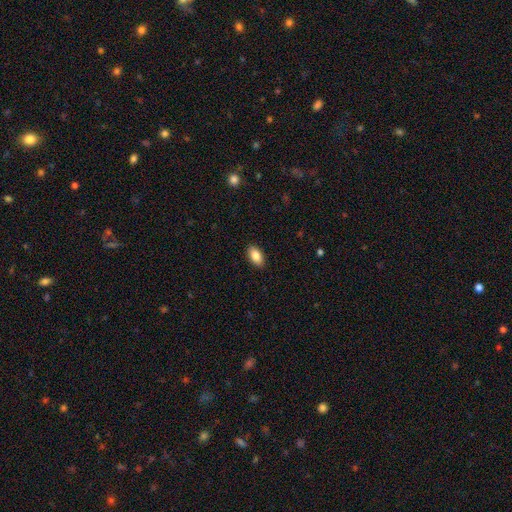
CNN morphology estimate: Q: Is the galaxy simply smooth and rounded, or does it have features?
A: smooth — 86%.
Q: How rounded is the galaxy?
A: in between — 93%.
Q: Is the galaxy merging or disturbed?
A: none — 89%.